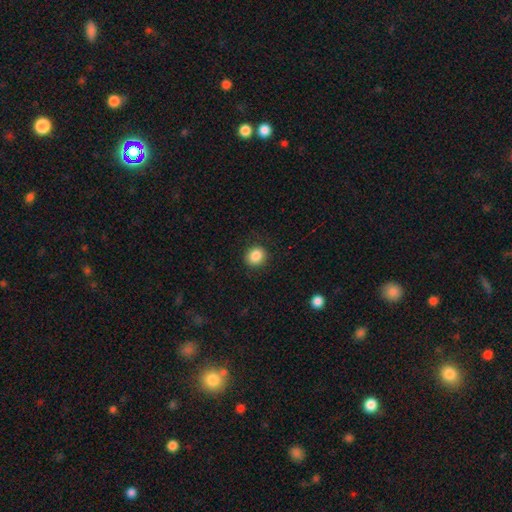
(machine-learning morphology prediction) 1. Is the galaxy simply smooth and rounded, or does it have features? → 87% smooth, 9% star or artifact, 4% featured or disk.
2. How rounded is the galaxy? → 79% round, 20% in between, 1% cigar-shaped.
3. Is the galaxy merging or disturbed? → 88% none, 9% minor disturbance, 3% major disturbance, 1% merger.